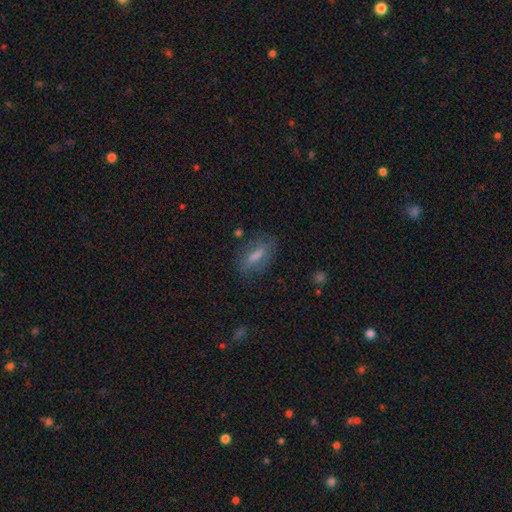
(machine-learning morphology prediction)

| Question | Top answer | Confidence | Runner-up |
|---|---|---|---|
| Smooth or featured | smooth | 60% | featured or disk (29%) |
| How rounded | in between | 54% | cigar-shaped (41%) |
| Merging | none | 72% | minor disturbance (18%) |